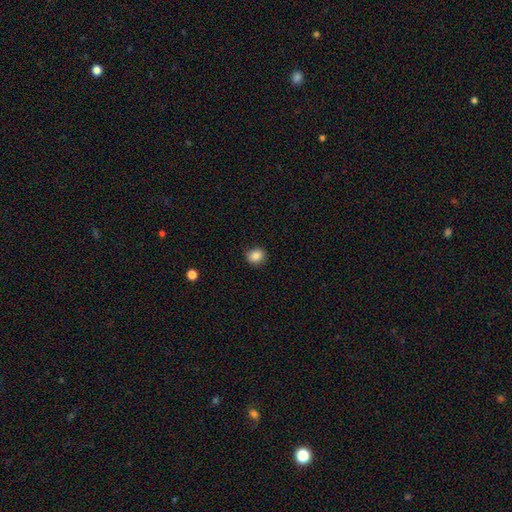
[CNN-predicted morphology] Overall: smooth (86%). How rounded: round (77%). Merging: none (85%).